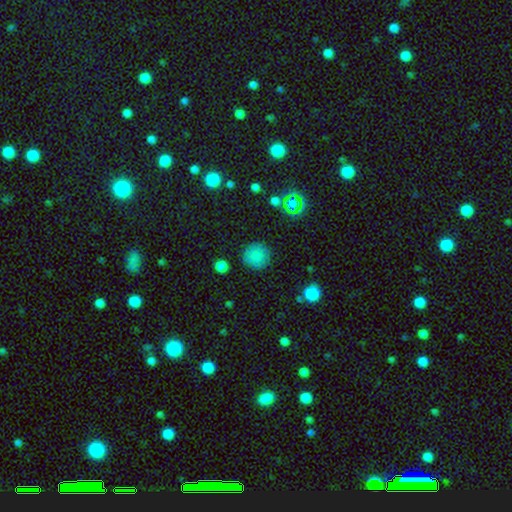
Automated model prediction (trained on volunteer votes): The model was most divided on "smooth or featured": smooth: 82%, star or artifact: 12%, featured or disk: 6%. More confident: how rounded — round (94%); merging — none (87%).